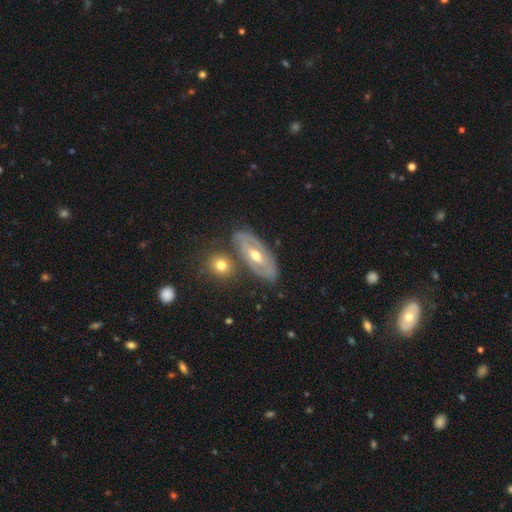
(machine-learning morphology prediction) This appears to be a featured or disk galaxy (74%) with no bar (40%), spiral arms (69%) and a moderate central bulge (67%). Merging: none (75%).